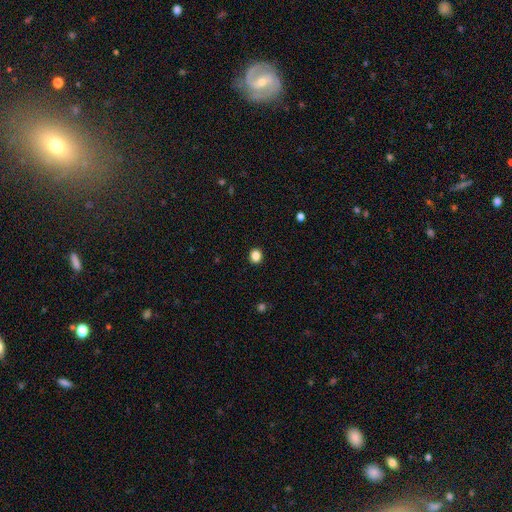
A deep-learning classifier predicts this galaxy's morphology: This appears to be a smooth galaxy with no disk features (85%) that is round (79%). Merging: none (92%).